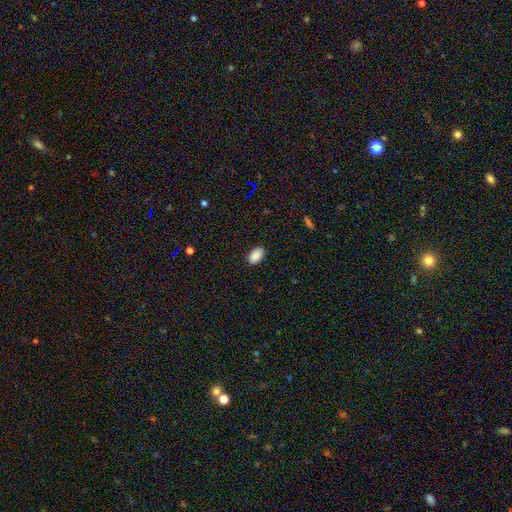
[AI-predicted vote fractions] Smooth or featured? Predicted: smooth (p=0.89). How rounded? Predicted: in between (p=0.92). Merging? Predicted: none (p=0.88).